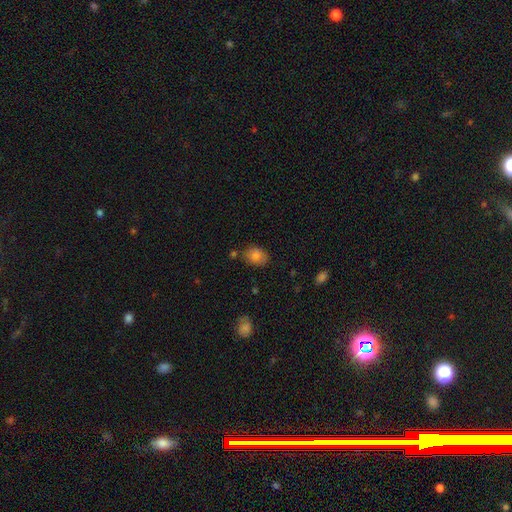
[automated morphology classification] smooth 81%, featured or disk 10%, star or artifact 9%. Down the decision tree: how rounded — in between (67%); merging — none (75%).